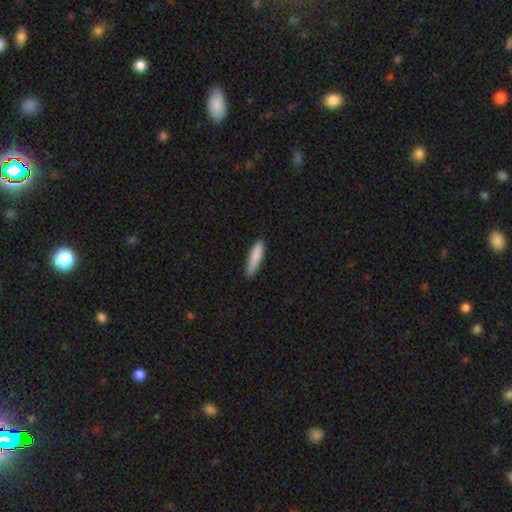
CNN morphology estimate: smooth 86%, featured or disk 8%, star or artifact 6%. Down the decision tree: how rounded — cigar-shaped (79%); merging — none (84%).